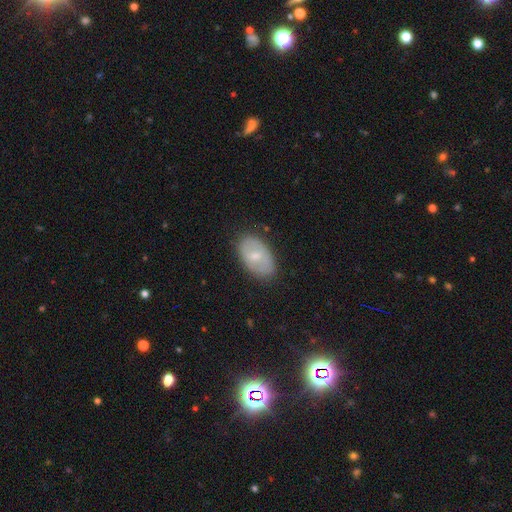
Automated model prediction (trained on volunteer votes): Smooth or featured?
  - smooth: 56% *
  - featured or disk: 37%
  - star or artifact: 7%
How rounded?
  - in between: 90% *
  - round: 8%
  - cigar-shaped: 2%
Merging?
  - none: 80% *
  - minor disturbance: 15%
  - major disturbance: 4%
  - merger: 1%